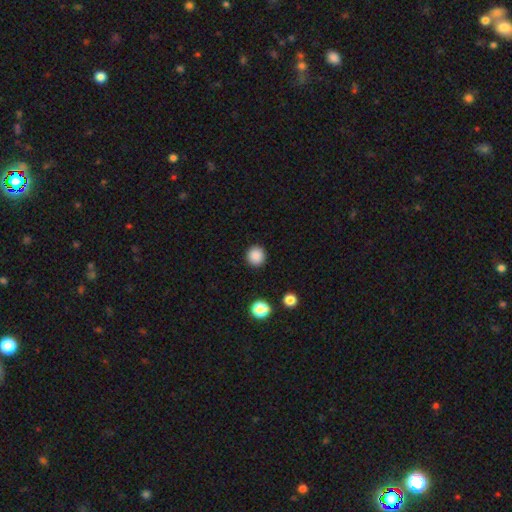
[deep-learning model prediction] Smooth or featured? smooth (87%)
How rounded? round (94%)
Merging? none (92%)